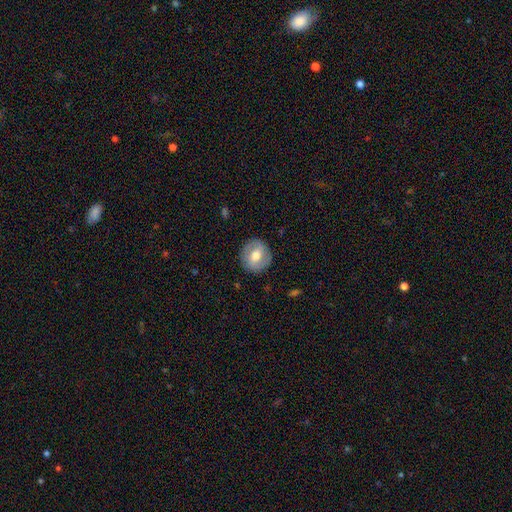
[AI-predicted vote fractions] Morphology: type=smooth (52%); roundness=round (85%); merging=none (87%).